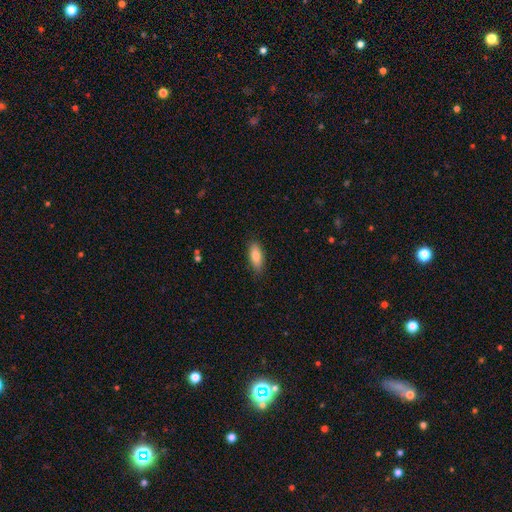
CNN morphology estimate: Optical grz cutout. It shows a smooth galaxy with no disk features (82%) that is in between round and cigar-shaped (76%). Merging: none (85%).